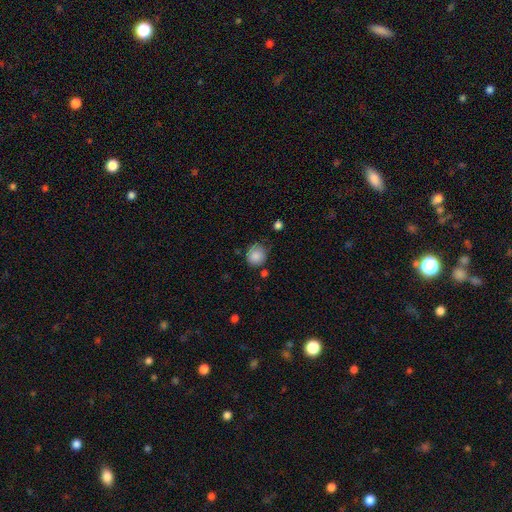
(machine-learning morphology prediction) Overall: smooth (86%). How rounded: round (84%). Merging: none (68%).